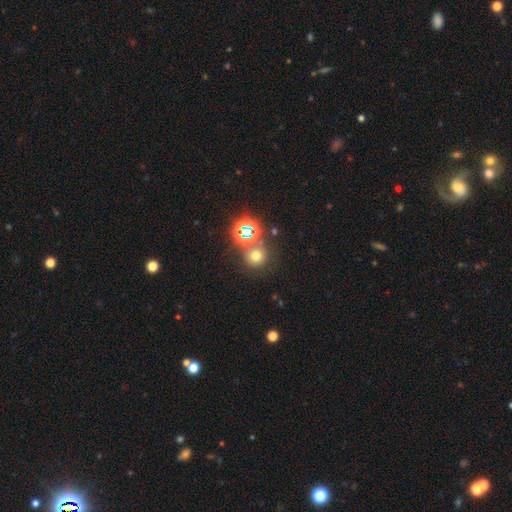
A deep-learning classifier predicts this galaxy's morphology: Overall: smooth (61%; star or artifact 30%). How rounded: round (89%). Merging: none (68%).